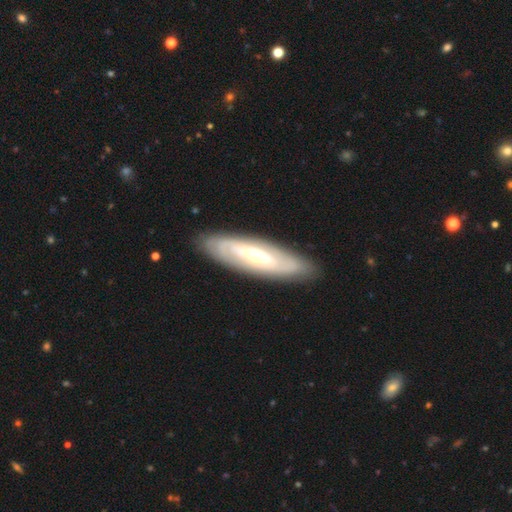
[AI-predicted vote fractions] A featured or disk galaxy (66%).

Vote fractions:
- Smooth or featured? featured or disk: 66% / smooth: 29% / star or artifact: 5%
- Edge-on disk? no: 72% / yes: 28%
- Merging? none: 86% / minor disturbance: 10% / major disturbance: 3% / merger: 1%